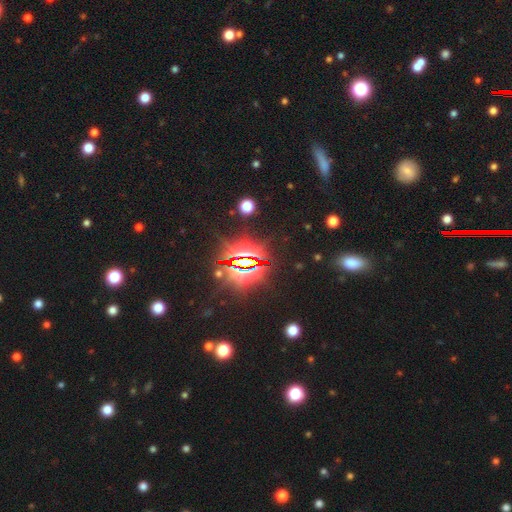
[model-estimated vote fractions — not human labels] Q: Smooth or featured?
A: star or artifact (82%); runner-up: smooth (10%)